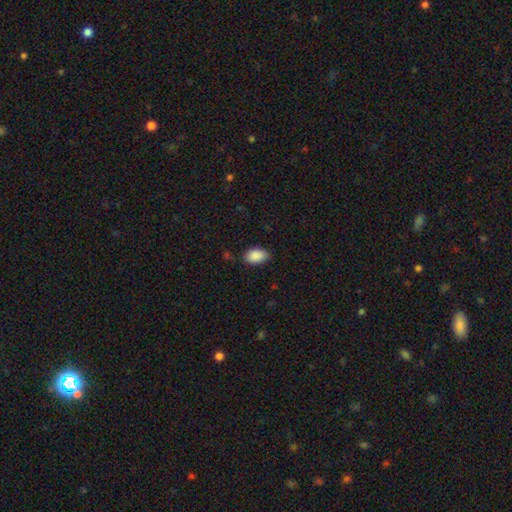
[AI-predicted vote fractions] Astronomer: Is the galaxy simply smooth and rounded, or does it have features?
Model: smooth — 90%.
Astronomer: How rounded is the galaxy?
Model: in between — 92%.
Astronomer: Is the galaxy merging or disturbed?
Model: none — 83%.